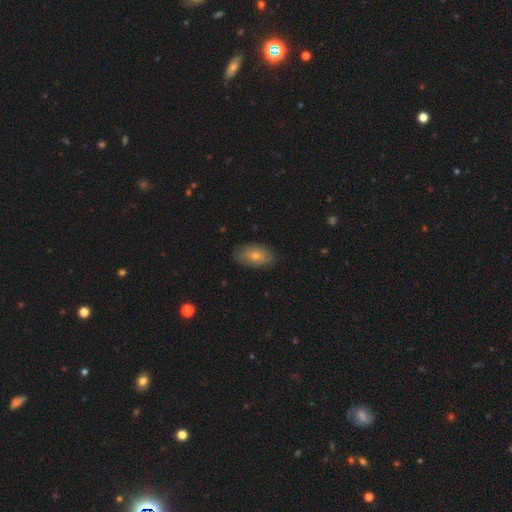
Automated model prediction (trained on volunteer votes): smooth 69%, featured or disk 24%, star or artifact 7%. Down the decision tree: how rounded — in between (91%); merging — none (76%).